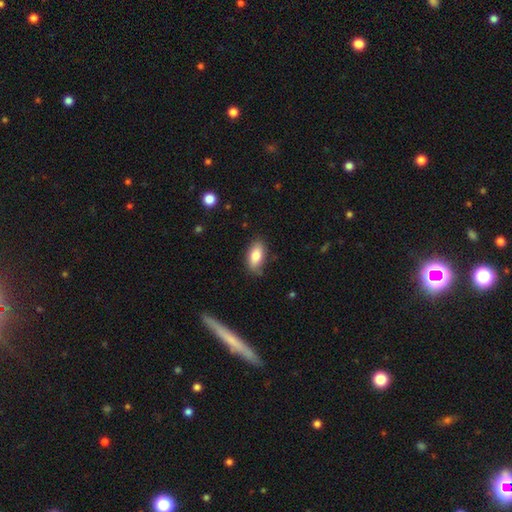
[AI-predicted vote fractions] Morphology: type=smooth (80%); roundness=in between (89%); merging=none (79%).